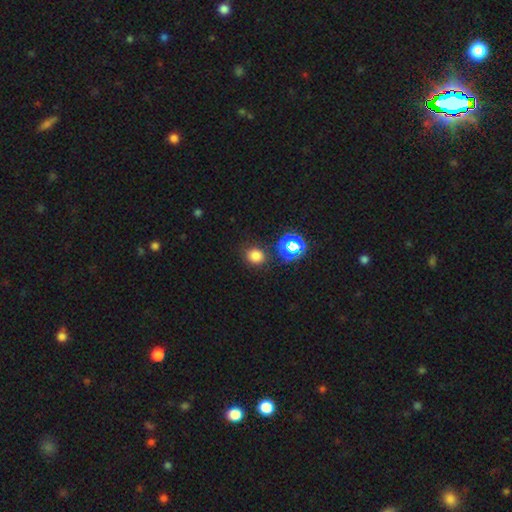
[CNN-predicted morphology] Overall: smooth (75%). How rounded: round (76%). Merging: none (84%).